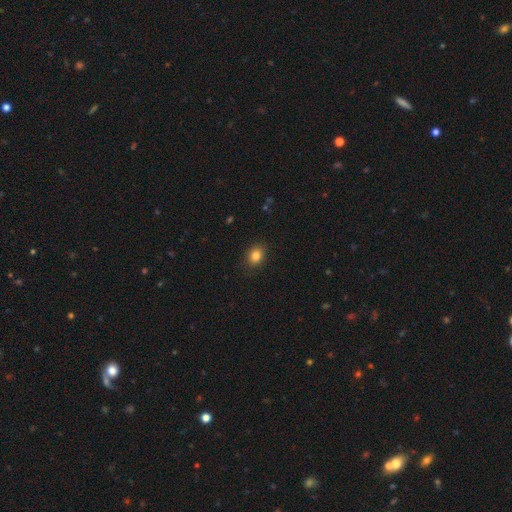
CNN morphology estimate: Smooth or featured?
  - smooth: 84% *
  - star or artifact: 11%
  - featured or disk: 6%
How rounded?
  - in between: 53% *
  - round: 46%
  - cigar-shaped: 1%
Merging?
  - none: 87% *
  - minor disturbance: 9%
  - major disturbance: 2%
  - merger: 1%